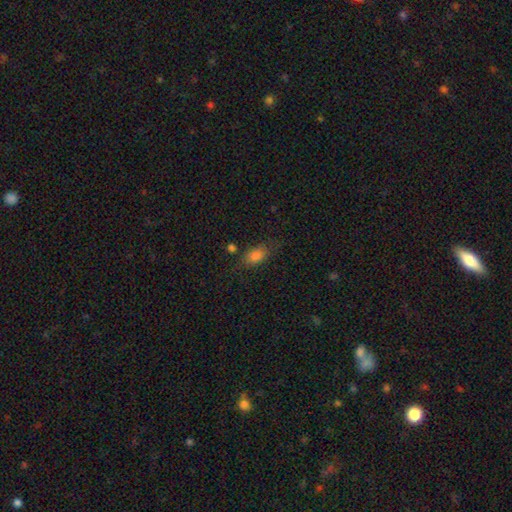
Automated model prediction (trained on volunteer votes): Overall: smooth (79%). How rounded: in between (82%). Merging: none (67%).